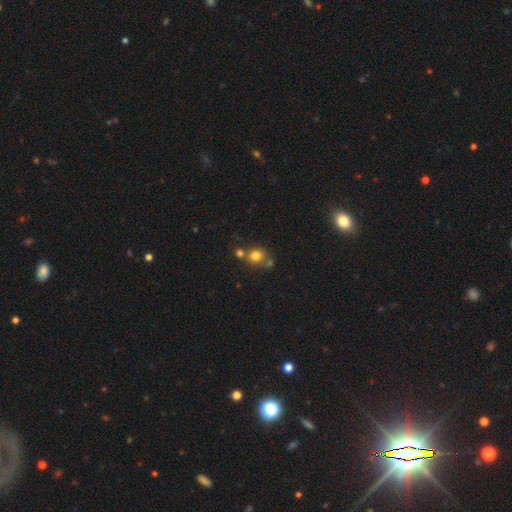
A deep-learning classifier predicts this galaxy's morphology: Smooth or featured?
  - smooth: 77% *
  - star or artifact: 14%
  - featured or disk: 9%
How rounded?
  - round: 85% *
  - in between: 14%
  - cigar-shaped: 1%
Merging?
  - none: 58% *
  - merger: 28%
  - minor disturbance: 9%
  - major disturbance: 4%